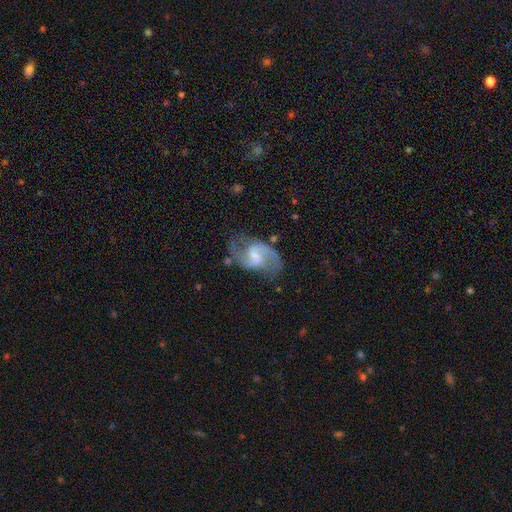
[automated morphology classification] Smooth or featured: featured or disk — 87% (smooth — 8%)
Edge-on disk: no — 98% (yes — 2%)
Bar: weak — 60% (strong — 22%)
Spiral arms: yes — 96% (no — 4%)
Spiral winding: medium — 49% (loose — 42%)
Spiral arm count: 2 — 92% (can't tell — 3%)
Bulge size: moderate — 31% (small — 30%)
Merging: none — 70% (minor disturbance — 18%)